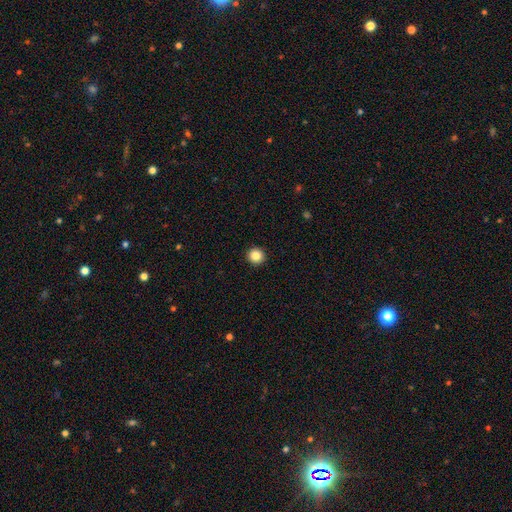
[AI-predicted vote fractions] A smooth galaxy with no disk features (85%) that is round (94%). Merging: none (94%).